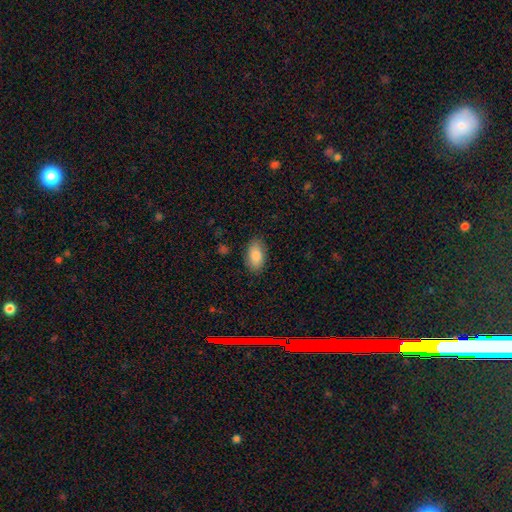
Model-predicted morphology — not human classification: This appears to be a smooth galaxy with no disk features (87%) that is in between round and cigar-shaped (93%). Merging: none (85%).